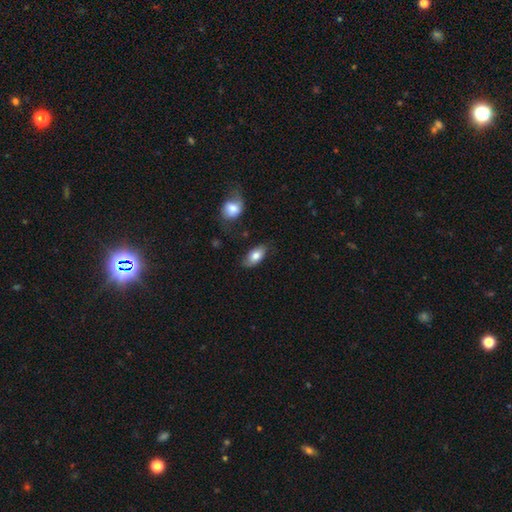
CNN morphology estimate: type=smooth (76%); roundness=in between (91%); merging=none (71%).